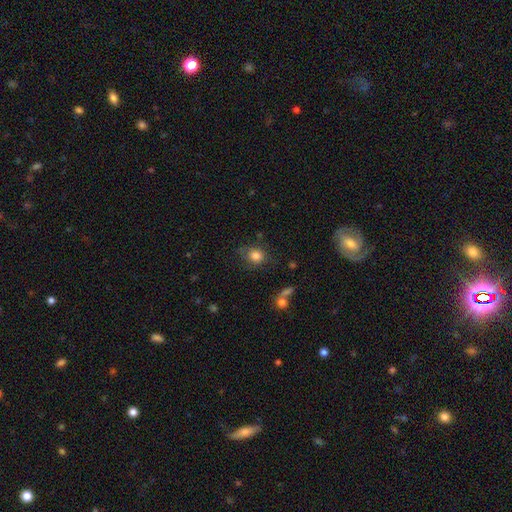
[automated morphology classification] Smooth or featured?
  - smooth: 82% *
  - star or artifact: 10%
  - featured or disk: 8%
How rounded?
  - round: 70% *
  - in between: 29%
  - cigar-shaped: 1%
Merging?
  - none: 69% *
  - minor disturbance: 20%
  - major disturbance: 7%
  - merger: 4%